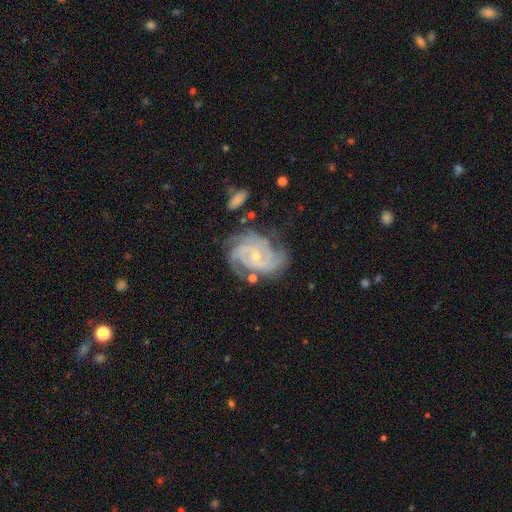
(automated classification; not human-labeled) Morphology: type=featured or disk (90%); edge-on=no (98%); bar=no (65%); spiral arms=yes (98%); winding=tight (66%); arm count=3 (33%); bulge=small (75%); merging=none (66%).